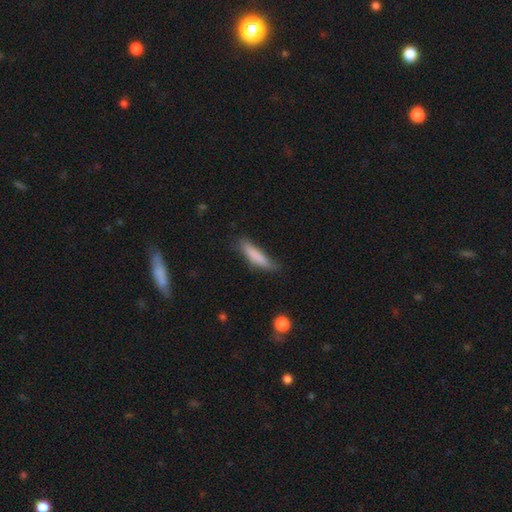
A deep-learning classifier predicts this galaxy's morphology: Smooth or featured? smooth (82%)
How rounded? cigar-shaped (79%)
Merging? none (70%)